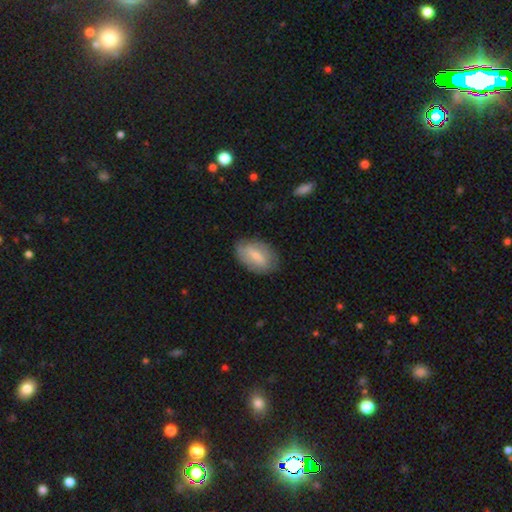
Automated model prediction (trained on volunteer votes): A smooth galaxy with no disk features (53%) that is in between round and cigar-shaped (89%).

Vote fractions:
- Smooth or featured? smooth: 53% / featured or disk: 40% / star or artifact: 7%
- How rounded? in between: 89% / round: 7% / cigar-shaped: 4%
- Merging? none: 76% / minor disturbance: 18% / major disturbance: 4% / merger: 1%